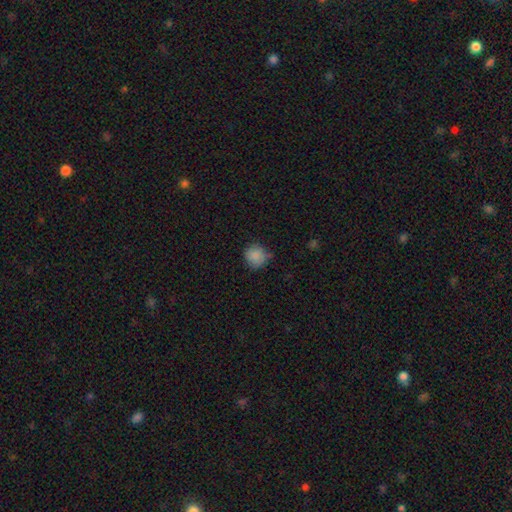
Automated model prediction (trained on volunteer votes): Morphology: type=smooth (86%); roundness=round (90%); merging=none (73%).